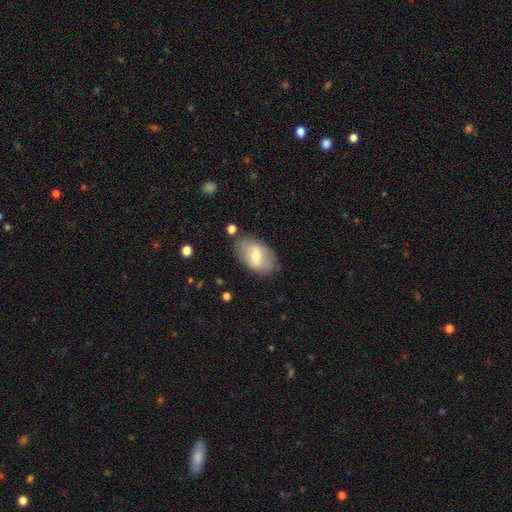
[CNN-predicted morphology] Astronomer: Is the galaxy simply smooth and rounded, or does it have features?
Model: smooth — 53% (runner-up: featured or disk, 40%).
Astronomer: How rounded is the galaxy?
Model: in between — 91%.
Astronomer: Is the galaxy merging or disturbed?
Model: none — 78%.